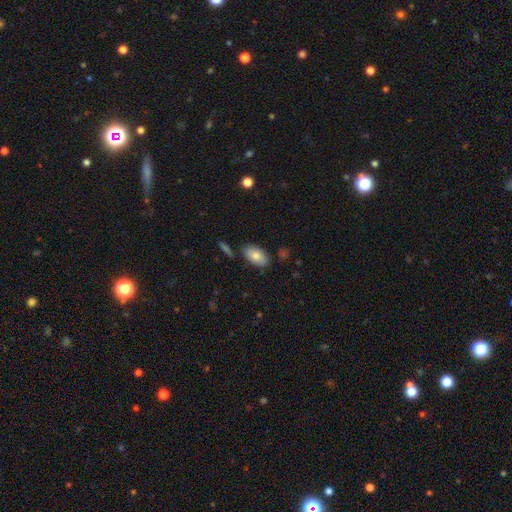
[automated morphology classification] Q: Smooth or featured?
A: smooth (81%); runner-up: featured or disk (13%)
Q: How rounded?
A: in between (94%); runner-up: round (4%)
Q: Merging?
A: none (82%); runner-up: minor disturbance (12%)